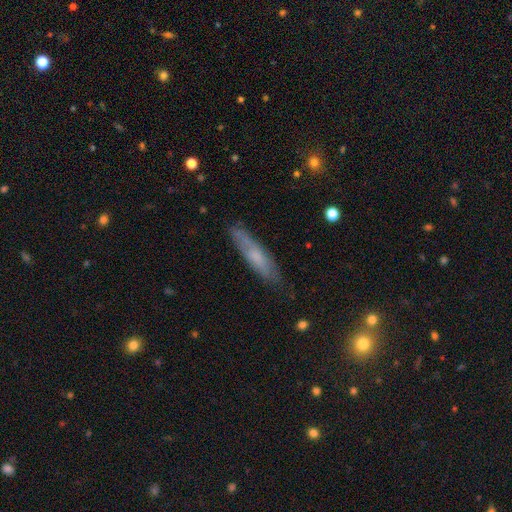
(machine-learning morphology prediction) Q: Smooth or featured?
A: smooth (56%); runner-up: featured or disk (37%)
Q: How rounded?
A: cigar-shaped (80%); runner-up: in between (19%)
Q: Merging?
A: none (77%); runner-up: minor disturbance (18%)